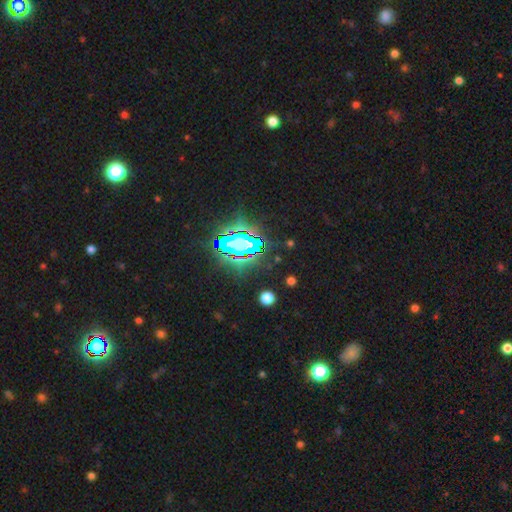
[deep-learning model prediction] This is clearly a star or artifact rather than a galaxy (81%).